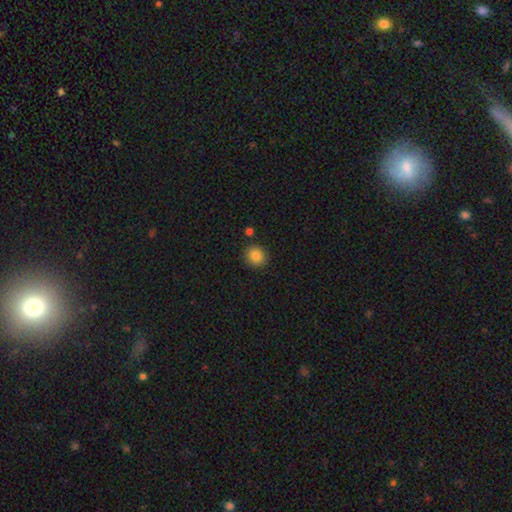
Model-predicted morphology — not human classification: smooth-or-featured: smooth: 85% | star or artifact: 10% | featured or disk: 5%
  how-rounded: round: 87% | in between: 12% | cigar-shaped: 1%
  merging: none: 88% | minor disturbance: 7% | merger: 3% | major disturbance: 2%